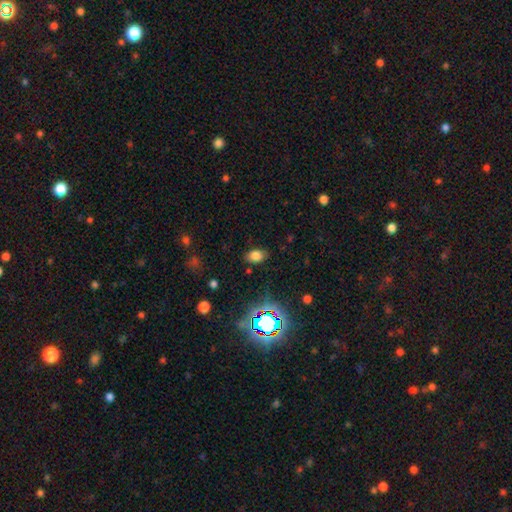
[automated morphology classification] Smooth or featured: smooth — 74% (star or artifact — 17%)
How rounded: in between — 78% (round — 20%)
Merging: none — 81% (minor disturbance — 13%)